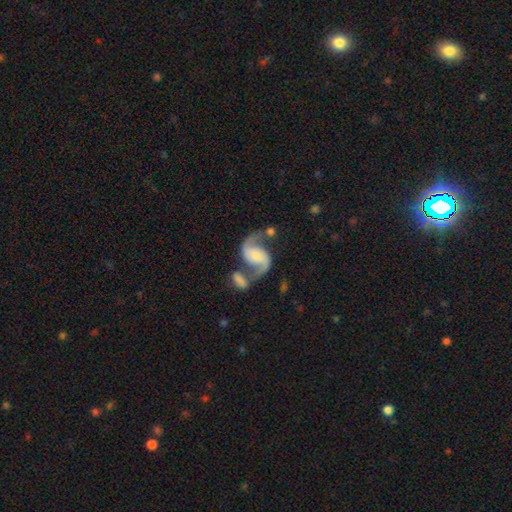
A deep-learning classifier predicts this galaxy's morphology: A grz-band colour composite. It shows a featured or disk galaxy (89%) with no bar (44%), 2 (94%) loose (60%) spiral arms (97%) and a small central bulge (35%). Merging: none (50%).